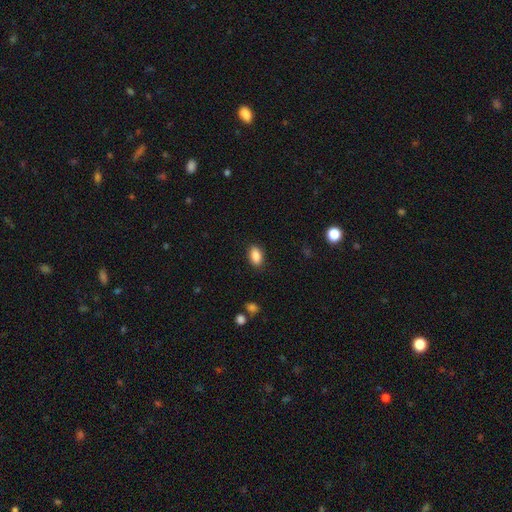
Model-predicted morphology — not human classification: Overall: smooth (88%). How rounded: in between (90%). Merging: none (88%).